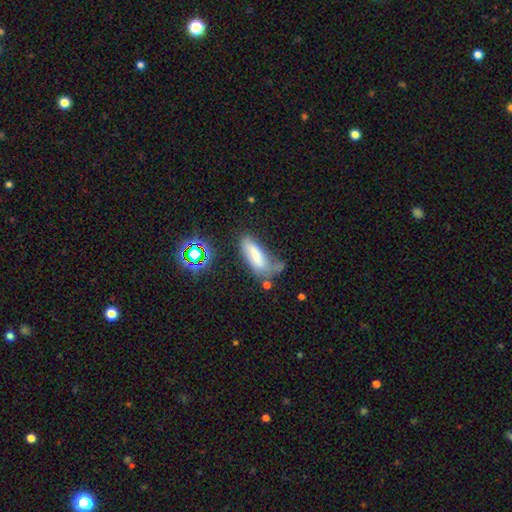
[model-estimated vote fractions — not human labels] This is likely a smooth galaxy (70%). How rounded: likely in between (64%). Merging: marginally none (41%).